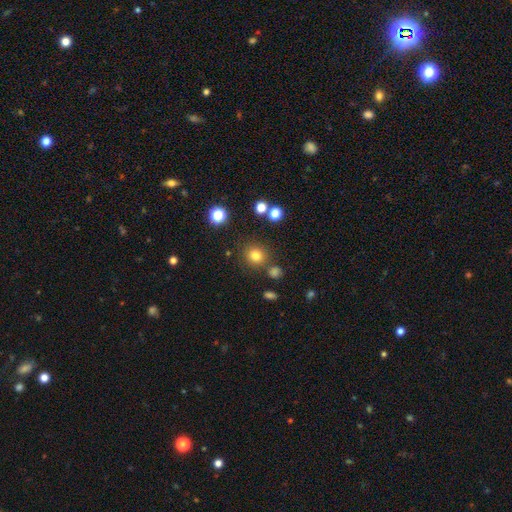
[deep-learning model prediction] The model was most divided on "smooth or featured": smooth: 78%, star or artifact: 15%, featured or disk: 7%. More confident: how rounded — round (90%); merging — none (82%).